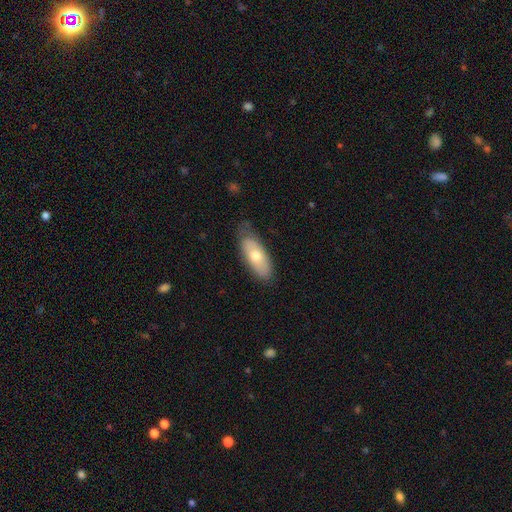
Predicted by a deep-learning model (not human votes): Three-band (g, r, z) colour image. It shows a smooth galaxy with no disk features (64%) that is in between round and cigar-shaped (79%). Merging: none (69%).